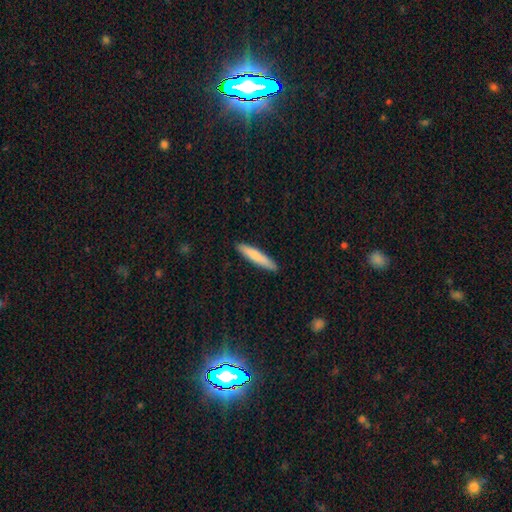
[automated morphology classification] smooth-or-featured: smooth: 79% | featured or disk: 16% | star or artifact: 5%
  how-rounded: cigar-shaped: 92% | in between: 7% | round: 1%
  merging: none: 90% | minor disturbance: 8% | major disturbance: 1% | merger: 1%